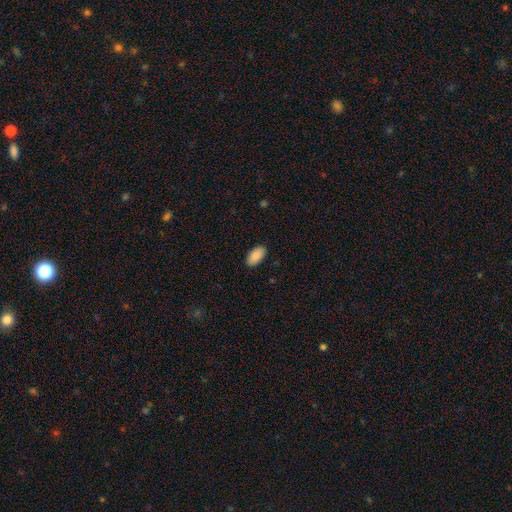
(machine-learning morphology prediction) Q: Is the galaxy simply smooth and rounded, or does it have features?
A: smooth — 89%.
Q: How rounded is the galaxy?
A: in between — 95%.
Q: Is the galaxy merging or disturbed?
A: none — 89%.